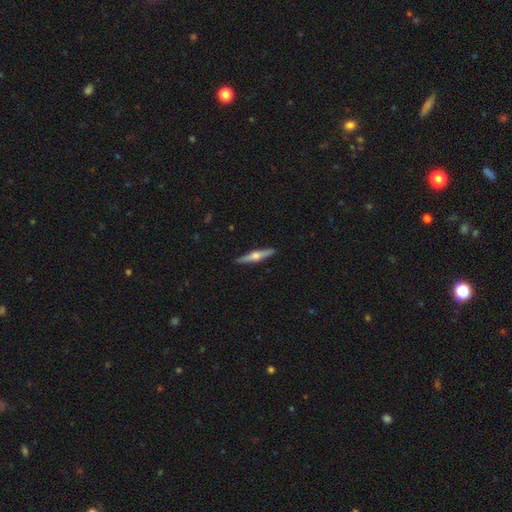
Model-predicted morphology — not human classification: Smooth or featured? featured or disk (69%)
Edge-on disk? yes (98%)
Edge-on bulge? rounded (92%)
Merging? none (92%)